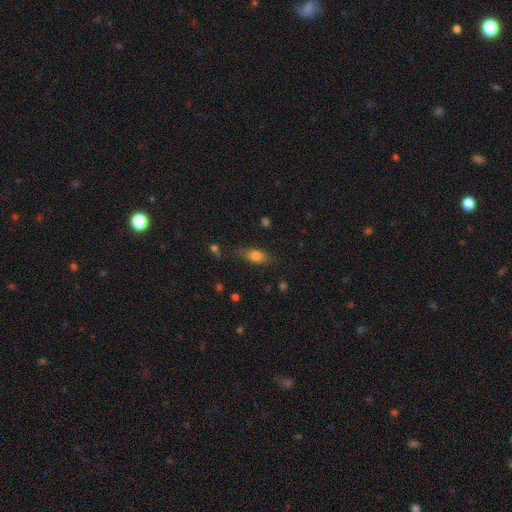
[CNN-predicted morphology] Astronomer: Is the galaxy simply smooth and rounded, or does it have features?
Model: smooth — 76%.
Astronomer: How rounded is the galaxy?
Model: in between — 79%.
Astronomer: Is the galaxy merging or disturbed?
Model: none — 72%.